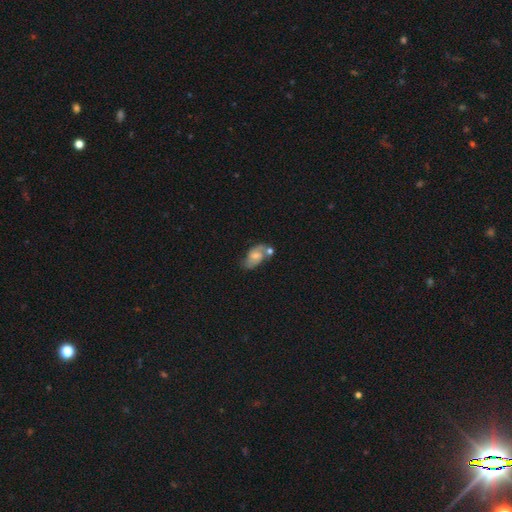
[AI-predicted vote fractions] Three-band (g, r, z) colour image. It shows a featured or disk galaxy (59%) with no bar (53%), spiral arms (85%) and a small central bulge (43%). Merging: none (45%).